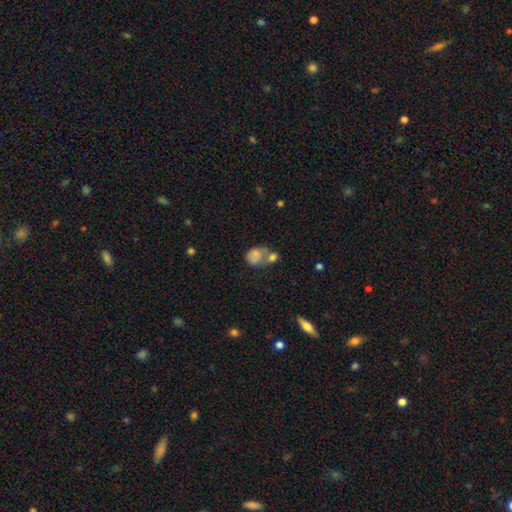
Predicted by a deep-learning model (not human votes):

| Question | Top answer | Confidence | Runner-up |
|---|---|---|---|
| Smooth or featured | smooth | 71% | featured or disk (19%) |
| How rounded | in between | 50% | round (49%) |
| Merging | merger | 57% | none (22%) |